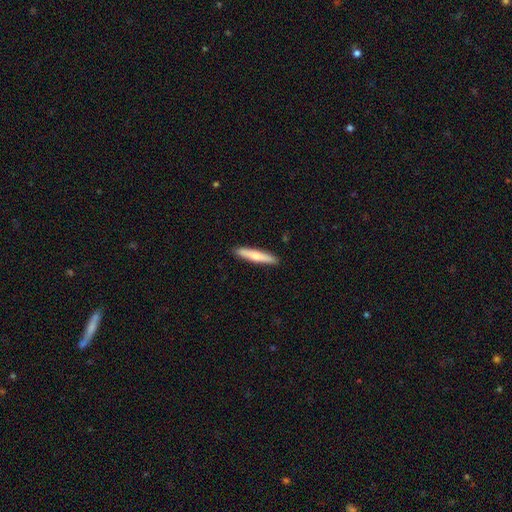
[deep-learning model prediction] Smooth or featured: smooth — 66% (featured or disk — 29%)
How rounded: cigar-shaped — 92% (in between — 7%)
Merging: none — 91% (minor disturbance — 6%)